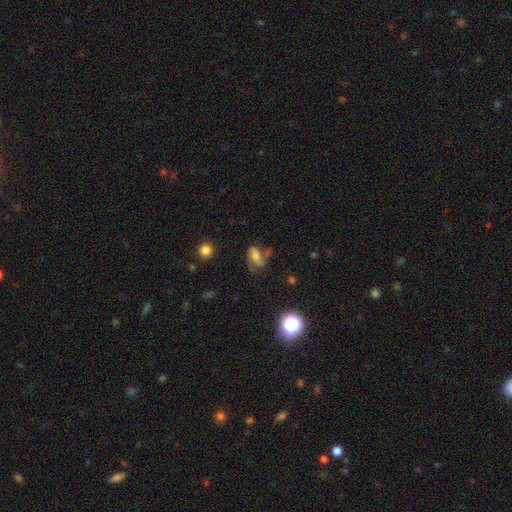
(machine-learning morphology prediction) Smooth or featured?
  - smooth: 54% *
  - featured or disk: 31%
  - star or artifact: 15%
How rounded?
  - in between: 83% *
  - round: 12%
  - cigar-shaped: 5%
Merging?
  - none: 43% *
  - minor disturbance: 27%
  - major disturbance: 19%
  - merger: 11%